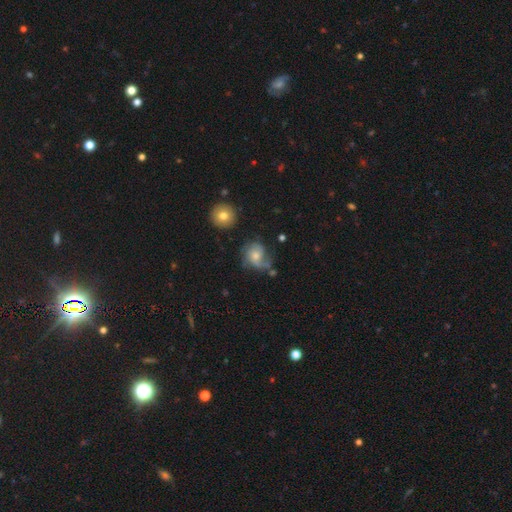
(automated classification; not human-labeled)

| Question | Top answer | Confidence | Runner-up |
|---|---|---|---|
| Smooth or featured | featured or disk | 62% | smooth (29%) |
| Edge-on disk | no | 98% | yes (2%) |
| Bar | no | 70% | weak (26%) |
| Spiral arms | yes | 90% | no (10%) |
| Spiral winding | medium | 45% | loose (30%) |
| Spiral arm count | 2 | 41% | 3 (19%) |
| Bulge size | moderate | 53% | small (36%) |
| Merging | none | 49% | minor disturbance (24%) |